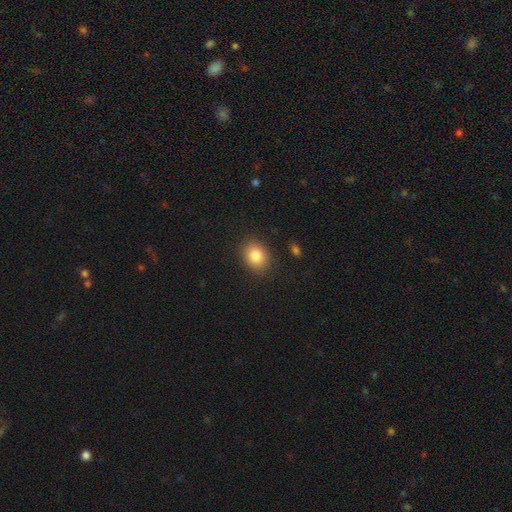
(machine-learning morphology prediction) This is clearly a smooth galaxy (84%). How rounded: possibly in between (51%). Merging: clearly none (86%).